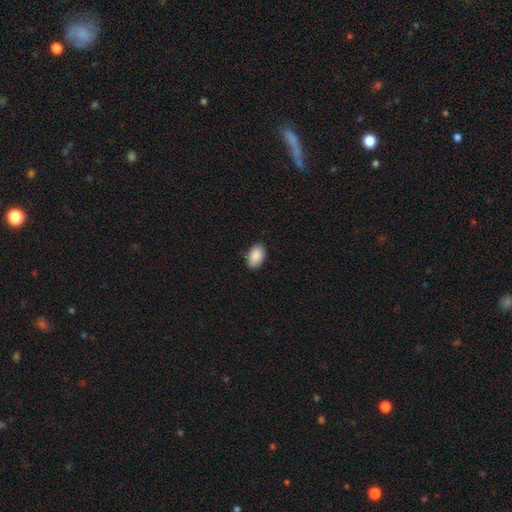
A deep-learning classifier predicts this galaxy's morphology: Q: Smooth or featured?
A: smooth (90%); runner-up: star or artifact (7%)
Q: How rounded?
A: in between (92%); runner-up: round (7%)
Q: Merging?
A: none (86%); runner-up: minor disturbance (11%)